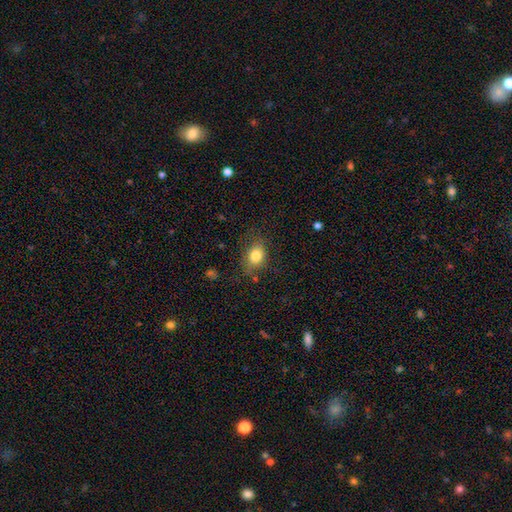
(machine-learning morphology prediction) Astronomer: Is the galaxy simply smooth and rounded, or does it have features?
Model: smooth — 81%.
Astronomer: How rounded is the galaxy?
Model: in between — 72%.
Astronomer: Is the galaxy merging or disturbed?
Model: none — 72%.